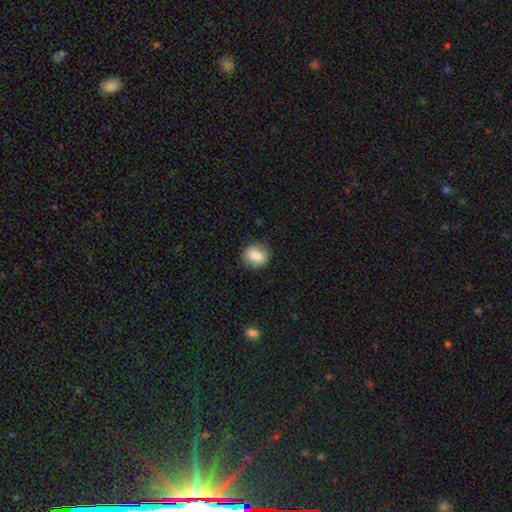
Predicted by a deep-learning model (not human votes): Morphology: type=smooth (80%); roundness=round (70%); merging=none (86%).